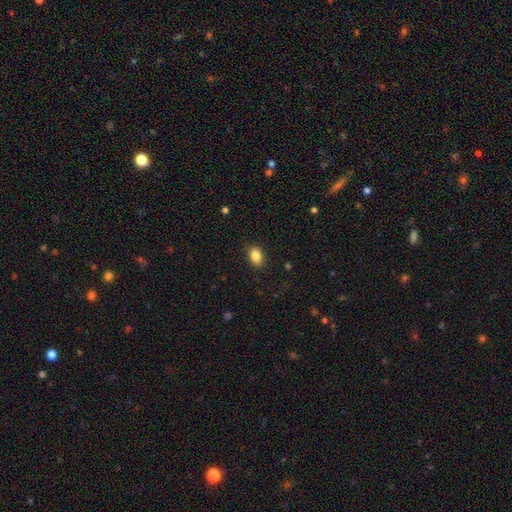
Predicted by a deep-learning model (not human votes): Smooth or featured?
  - smooth: 84% *
  - star or artifact: 8%
  - featured or disk: 7%
How rounded?
  - in between: 85% *
  - round: 13%
  - cigar-shaped: 2%
Merging?
  - none: 86% *
  - minor disturbance: 10%
  - major disturbance: 2%
  - merger: 1%